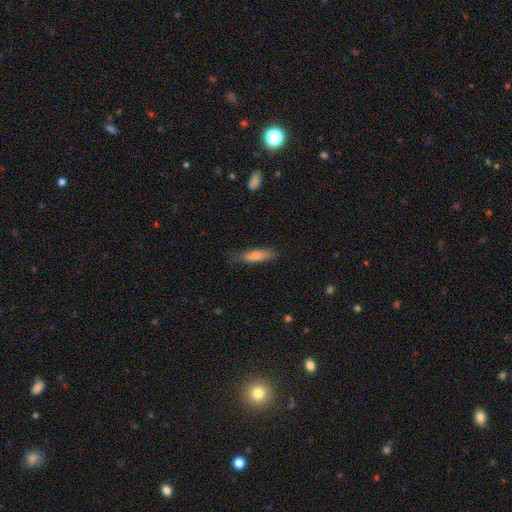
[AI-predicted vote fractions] The model was most divided on "how rounded": cigar-shaped: 58%, in between: 40%, round: 2%. More confident: smooth or featured — smooth (83%); merging — none (72%).